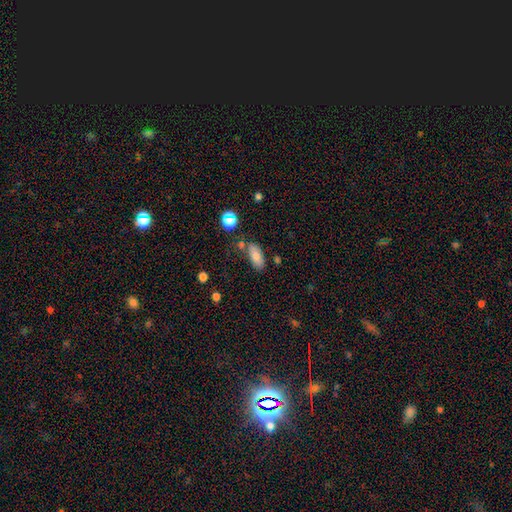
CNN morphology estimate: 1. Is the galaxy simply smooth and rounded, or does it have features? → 78% smooth, 12% featured or disk, 10% star or artifact.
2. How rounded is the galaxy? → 86% in between, 10% cigar-shaped, 4% round.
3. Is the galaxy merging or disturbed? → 67% none, 17% minor disturbance, 10% merger, 5% major disturbance.